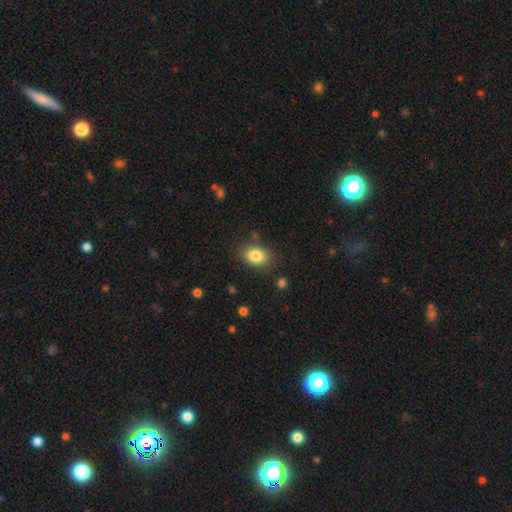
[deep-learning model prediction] A smooth galaxy with no disk features (84%) that is in between round and cigar-shaped (75%). Merging: none (82%).